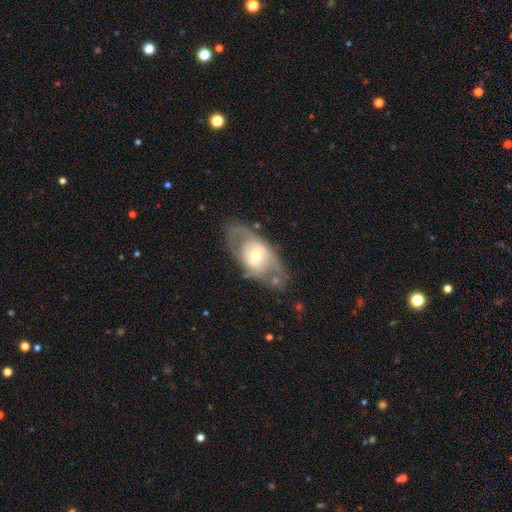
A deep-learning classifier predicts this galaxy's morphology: A featured or disk galaxy (68%) with no bar (62%), spiral arms (52%) and a moderate central bulge (58%).

Vote fractions:
- Smooth or featured? featured or disk: 68% / smooth: 26% / star or artifact: 6%
- Edge-on disk? no: 89% / yes: 11%
- Bar? no: 62% / weak: 28% / strong: 10%
- Spiral arms? yes: 52% / no: 48%
- Bulge size? moderate: 58% / small: 31% / large: 8% / dominant: 1% / none: 1%
- Merging? none: 63% / minor disturbance: 19% / major disturbance: 13% / merger: 4%